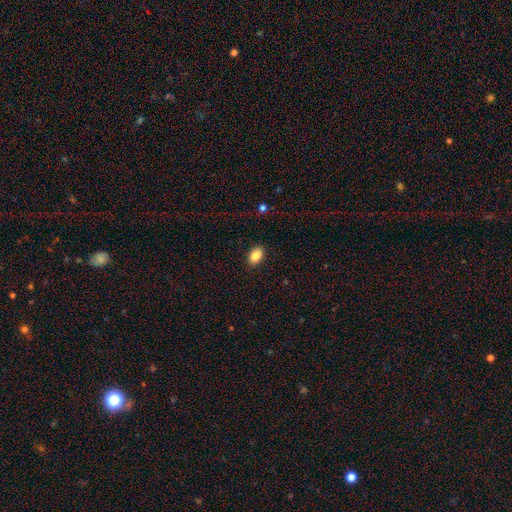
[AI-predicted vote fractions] A smooth galaxy with no disk features (88%) that is in between round and cigar-shaped (88%). Merging: none (88%).